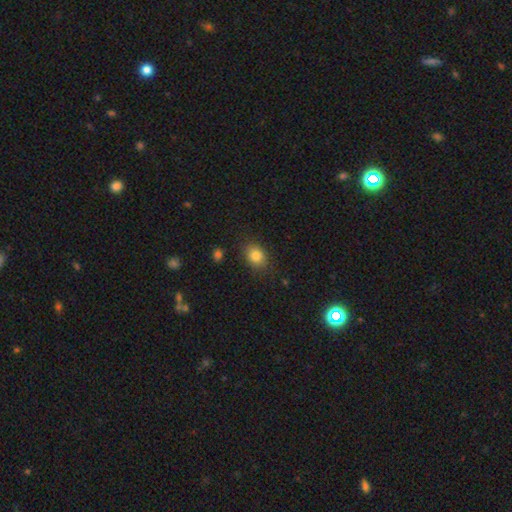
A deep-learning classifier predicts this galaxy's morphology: Q: Smooth or featured?
A: smooth (83%); runner-up: star or artifact (10%)
Q: How rounded?
A: in between (58%); runner-up: round (41%)
Q: Merging?
A: none (84%); runner-up: minor disturbance (12%)